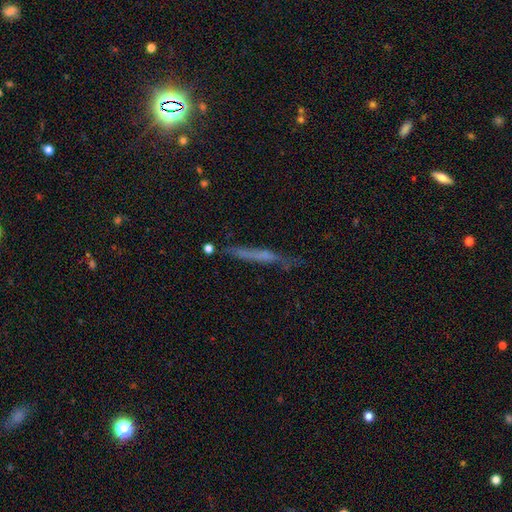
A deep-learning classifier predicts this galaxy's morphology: The model was most divided on "smooth or featured": featured or disk: 46%, smooth: 40%, star or artifact: 13%. More confident: merging — none (72%).